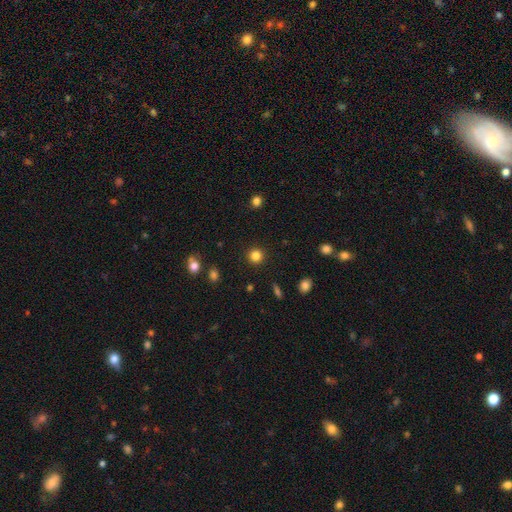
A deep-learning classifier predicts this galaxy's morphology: Q: Smooth or featured?
A: smooth (83%); runner-up: star or artifact (12%)
Q: How rounded?
A: round (94%); runner-up: in between (5%)
Q: Merging?
A: none (91%); runner-up: minor disturbance (5%)